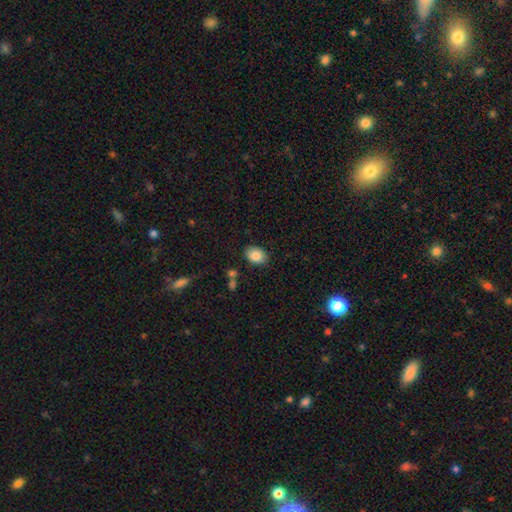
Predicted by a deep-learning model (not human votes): The model was most divided on "how rounded": in between: 77%, round: 22%, cigar-shaped: 1%. More confident: smooth or featured — smooth (86%); merging — none (84%).